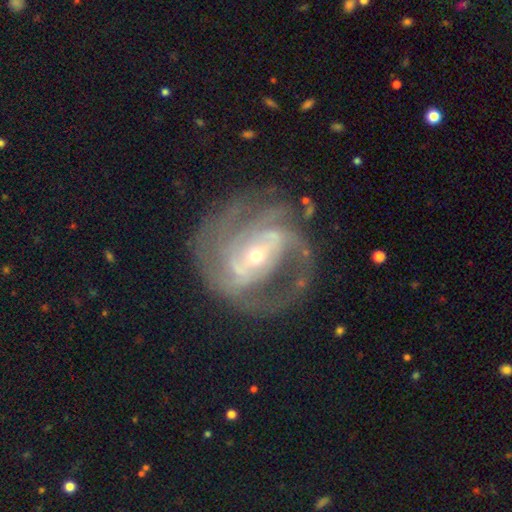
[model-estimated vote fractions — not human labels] A featured or disk galaxy (88%) with a weak bar (38%), 2 (32%) tight (44%) spiral arms (95%) and a small central bulge (69%). Merging: none (66%).